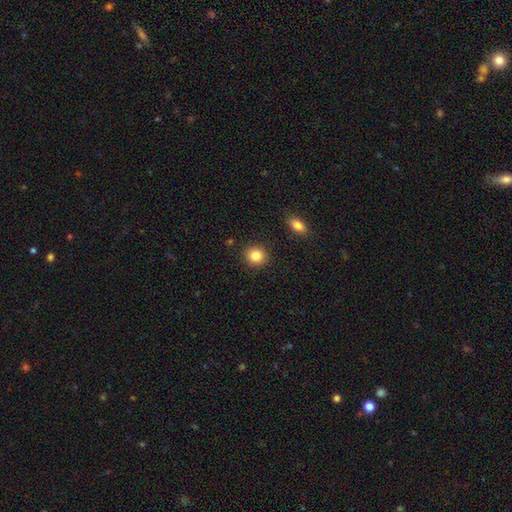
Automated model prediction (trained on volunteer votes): Smooth or featured? smooth (85%)
How rounded? round (87%)
Merging? none (90%)